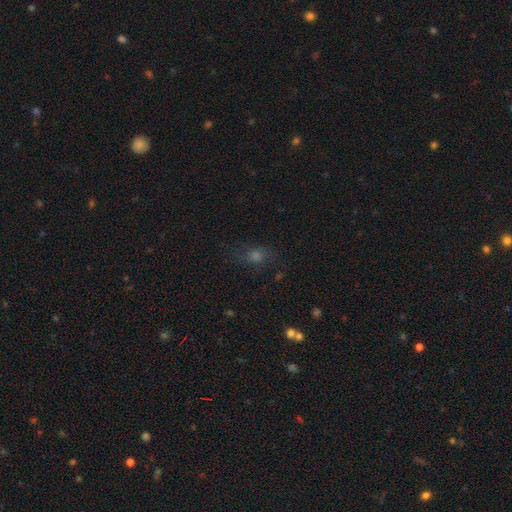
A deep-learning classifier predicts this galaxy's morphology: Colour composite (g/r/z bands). It shows a smooth galaxy with no disk features (45%). Merging: none (70%).